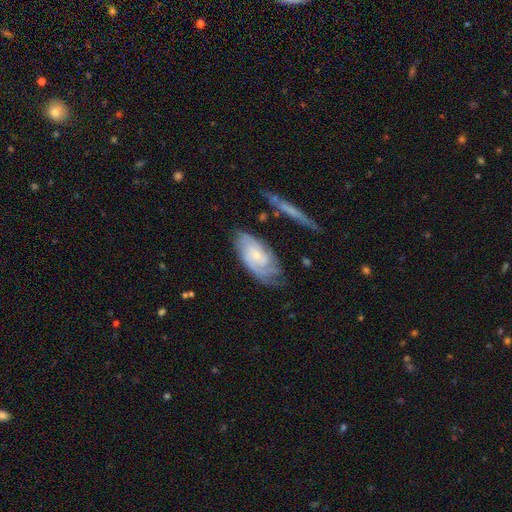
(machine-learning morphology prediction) featured or disk 76%, smooth 19%, star or artifact 6%. Down the decision tree: edge-on disk — no (93%); bar — no (68%); spiral arms — yes (93%); spiral arm count — can't tell (35%); spiral winding — tight (59%); bulge size — small (69%); merging — none (63%).